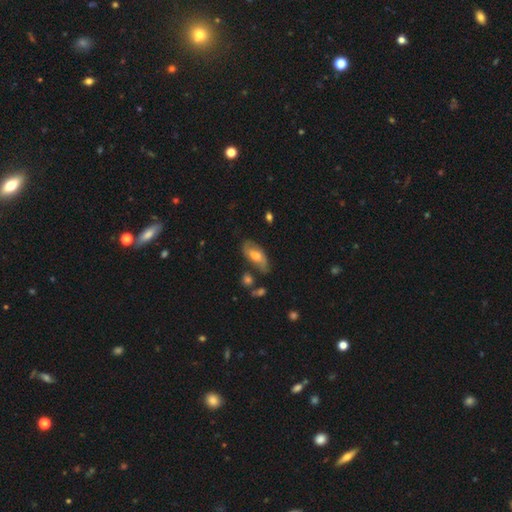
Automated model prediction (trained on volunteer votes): smooth_or_featured: smooth (p=0.49) [alt: featured or disk p=0.44]
merging: none (p=0.67) [alt: minor disturbance p=0.20]